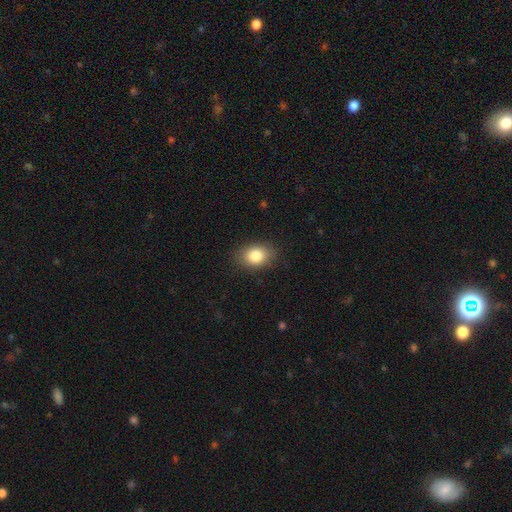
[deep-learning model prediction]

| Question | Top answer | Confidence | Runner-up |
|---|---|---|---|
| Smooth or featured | smooth | 83% | star or artifact (9%) |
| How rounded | in between | 68% | round (30%) |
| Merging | none | 85% | minor disturbance (11%) |